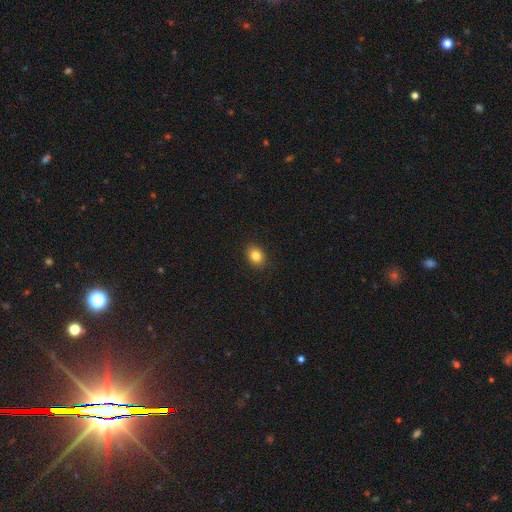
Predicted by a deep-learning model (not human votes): Smooth or featured?
  - smooth: 83% *
  - star or artifact: 10%
  - featured or disk: 6%
How rounded?
  - in between: 55% *
  - round: 44%
  - cigar-shaped: 1%
Merging?
  - none: 90% *
  - minor disturbance: 7%
  - major disturbance: 2%
  - merger: 1%